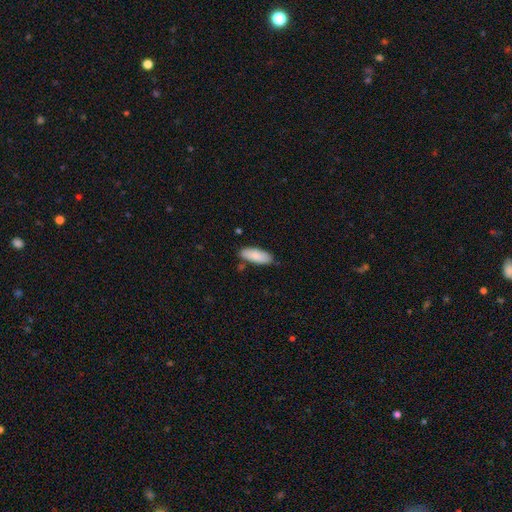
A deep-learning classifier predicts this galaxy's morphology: Q: Smooth or featured?
A: smooth (86%); runner-up: featured or disk (8%)
Q: How rounded?
A: in between (74%); runner-up: cigar-shaped (24%)
Q: Merging?
A: none (79%); runner-up: minor disturbance (15%)